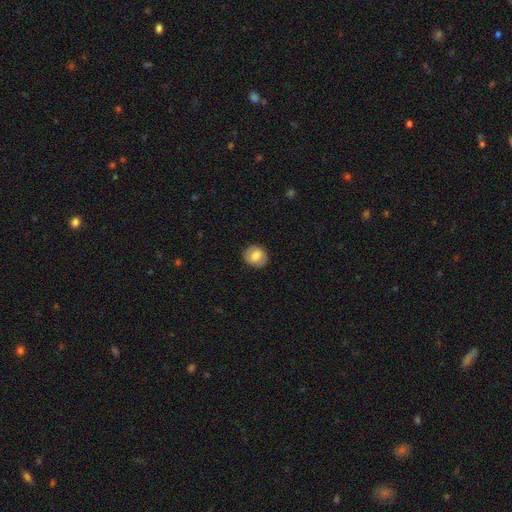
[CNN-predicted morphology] A smooth galaxy with no disk features (78%) that is round (72%).

Vote fractions:
- Smooth or featured? smooth: 78% / featured or disk: 15% / star or artifact: 8%
- How rounded? round: 72% / in between: 27% / cigar-shaped: 1%
- Merging? none: 86% / minor disturbance: 10% / major disturbance: 3% / merger: 1%